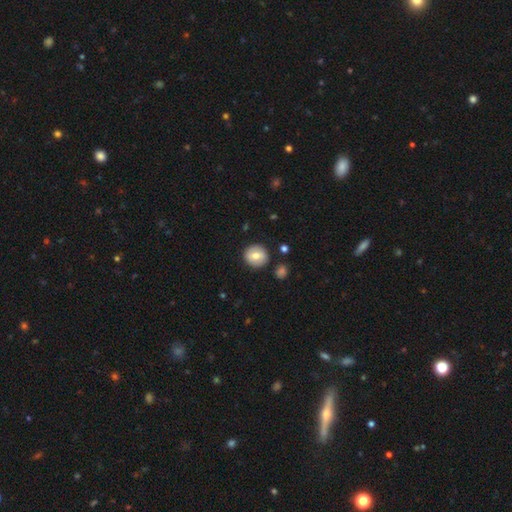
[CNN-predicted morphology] Smooth or featured?
  - smooth: 67% *
  - featured or disk: 25%
  - star or artifact: 8%
How rounded?
  - round: 89% *
  - in between: 10%
  - cigar-shaped: 1%
Merging?
  - none: 87% *
  - minor disturbance: 8%
  - merger: 3%
  - major disturbance: 2%